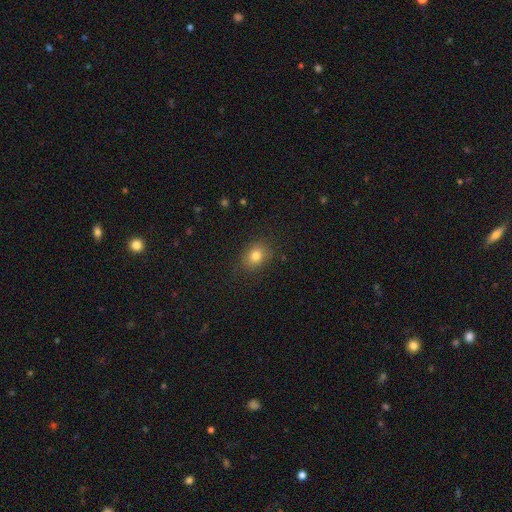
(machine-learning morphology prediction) Smooth or featured? smooth (81%)
How rounded? round (53%)
Merging? none (85%)